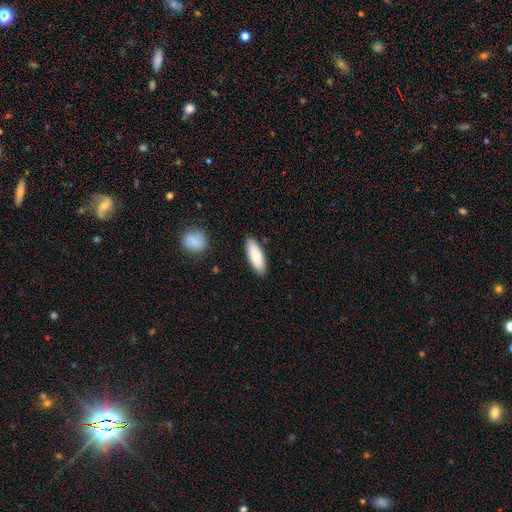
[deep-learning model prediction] Overall: smooth (87%). How rounded: in between (65%; cigar-shaped 34%). Merging: none (87%).